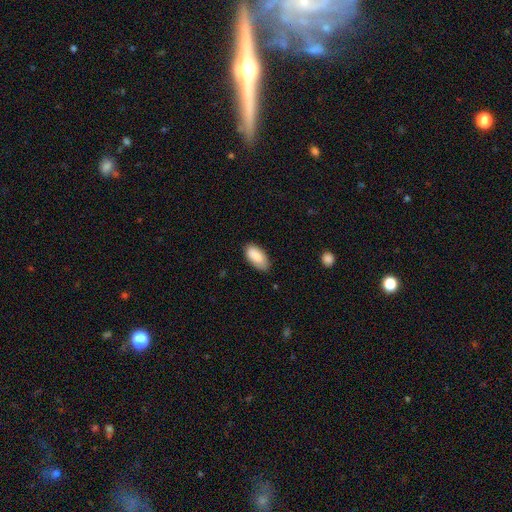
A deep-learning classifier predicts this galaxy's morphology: A smooth galaxy with no disk features (88%) that is in between round and cigar-shaped (94%).

Vote fractions:
- Smooth or featured? smooth: 88% / featured or disk: 6% / star or artifact: 6%
- How rounded? in between: 94% / cigar-shaped: 4% / round: 2%
- Merging? none: 77% / minor disturbance: 19% / major disturbance: 3% / merger: 1%